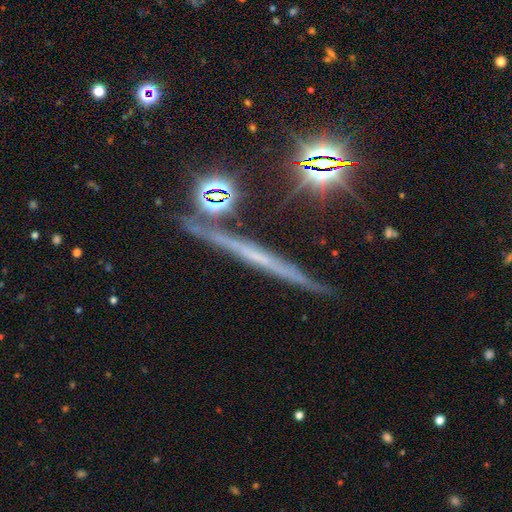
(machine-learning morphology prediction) Overall: featured or disk (56%; smooth 24%). Edge-on disk: yes (95%). Edge-on bulge: none (81%). Merging: none (83%).